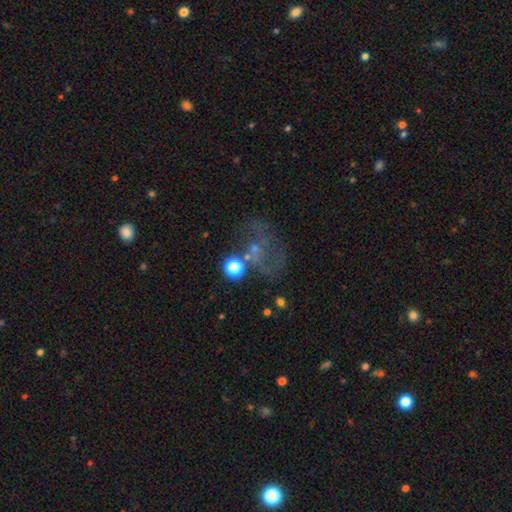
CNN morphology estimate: featured or disk 45%, smooth 30%, star or artifact 26%. Down the decision tree: merging — none (41%).